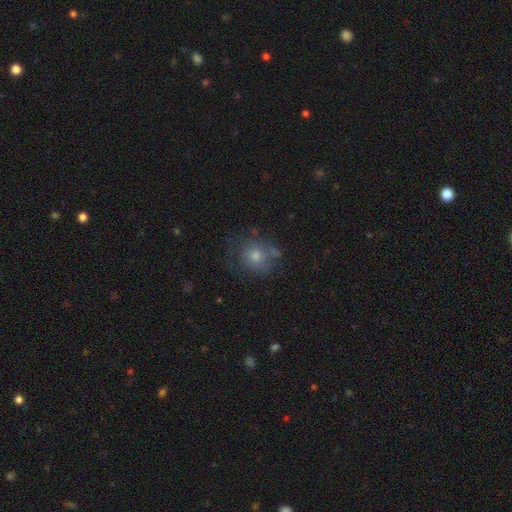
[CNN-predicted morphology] smooth-or-featured: smooth: 60% | featured or disk: 25% | star or artifact: 16%
  how-rounded: round: 82% | in between: 17% | cigar-shaped: 1%
  merging: none: 64% | minor disturbance: 20% | major disturbance: 11% | merger: 5%